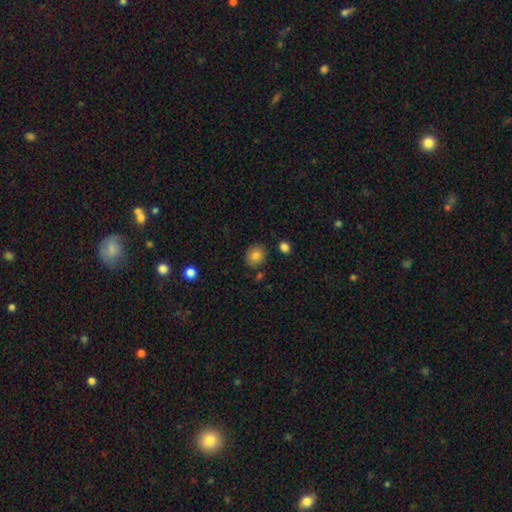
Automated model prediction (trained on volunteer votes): This appears to be a smooth galaxy with no disk features (83%) that is round (67%). Merging: none (83%).